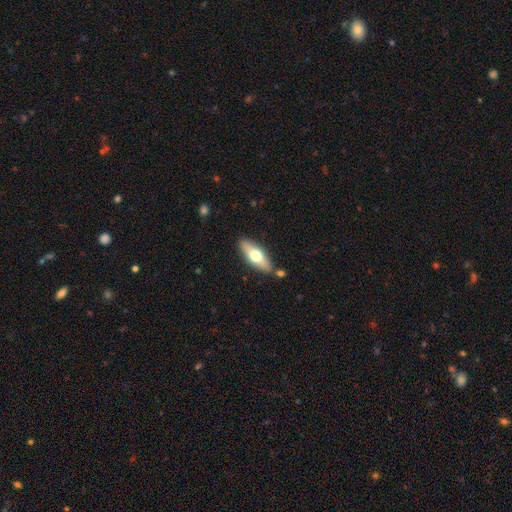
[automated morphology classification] The model was most divided on "smooth or featured": smooth: 55%, featured or disk: 39%, star or artifact: 6%. More confident: merging — none (83%); how rounded — in between (57%).